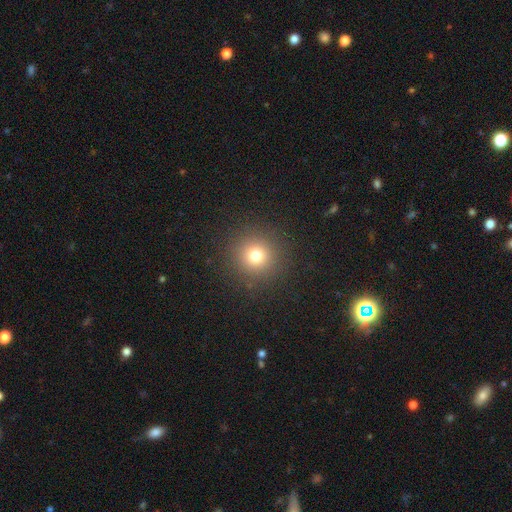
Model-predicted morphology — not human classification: Smooth or featured? Predicted: smooth (p=0.74). How rounded? Predicted: round (p=0.95). Merging? Predicted: none (p=0.90).